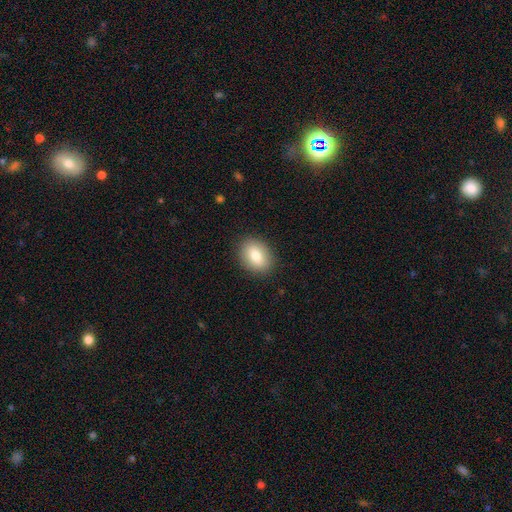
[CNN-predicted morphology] A smooth galaxy with no disk features (78%) that is in between round and cigar-shaped (71%).

Vote fractions:
- Smooth or featured? smooth: 78% / featured or disk: 14% / star or artifact: 8%
- How rounded? in between: 71% / round: 28% / cigar-shaped: 1%
- Merging? none: 88% / minor disturbance: 8% / major disturbance: 2% / merger: 1%